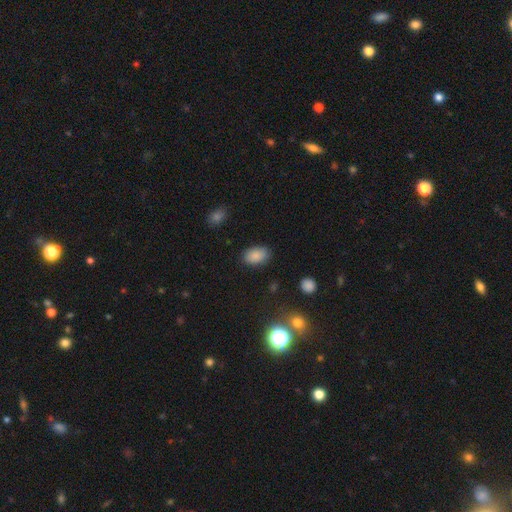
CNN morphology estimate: The model was most divided on "merging": none: 85%, minor disturbance: 11%, major disturbance: 3%, merger: 1%. More confident: how rounded — in between (91%); smooth or featured — smooth (85%).